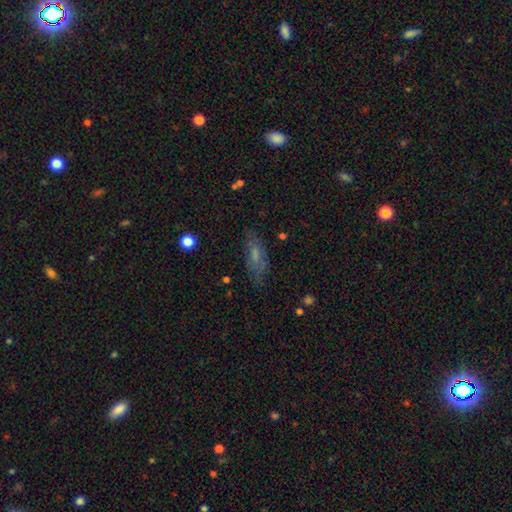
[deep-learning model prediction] Smooth or featured? Predicted: smooth (p=0.54). How rounded? Predicted: in between (p=0.64). Merging? Predicted: none (p=0.69).